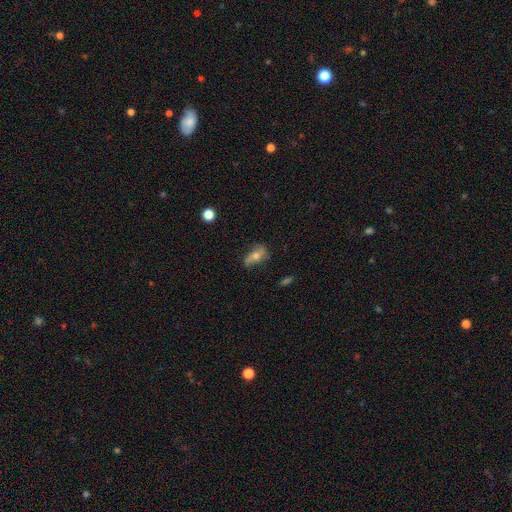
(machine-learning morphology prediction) A smooth galaxy with no disk features (46%).

Vote fractions:
- Smooth or featured? smooth: 46% / featured or disk: 44% / star or artifact: 10%
- Merging? none: 58% / minor disturbance: 28% / major disturbance: 11% / merger: 3%